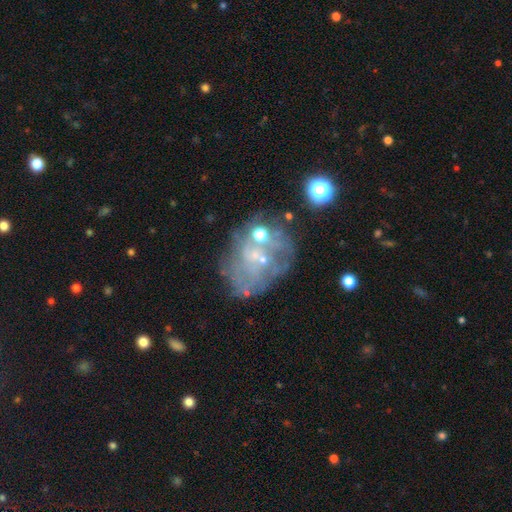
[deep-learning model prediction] Smooth or featured: featured or disk — 62% (smooth — 20%)
Edge-on disk: no — 97% (yes — 3%)
Bar: no — 76% (weak — 19%)
Spiral arms: no — 55% (yes — 45%)
Bulge size: small — 63% (none — 21%)
Merging: none — 49% (minor disturbance — 19%)